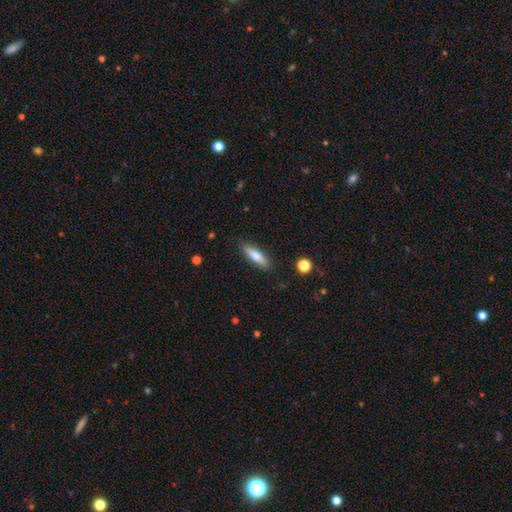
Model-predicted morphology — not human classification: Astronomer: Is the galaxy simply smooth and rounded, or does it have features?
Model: smooth — 74%.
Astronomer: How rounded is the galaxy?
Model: cigar-shaped — 65%.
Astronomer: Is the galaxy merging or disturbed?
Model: none — 87%.